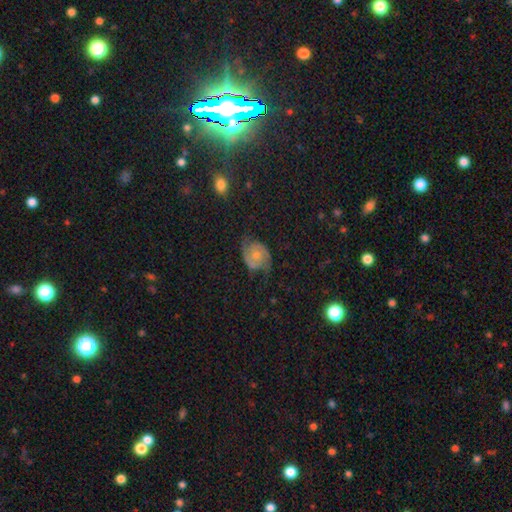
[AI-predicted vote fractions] featured or disk 77%, smooth 15%, star or artifact 9%. Down the decision tree: edge-on disk — no (98%); bar — no (72%); spiral arms — yes (95%); spiral arm count — 2 (91%); spiral winding — medium (48%); bulge size — small (44%, tied with moderate); merging — none (69%).